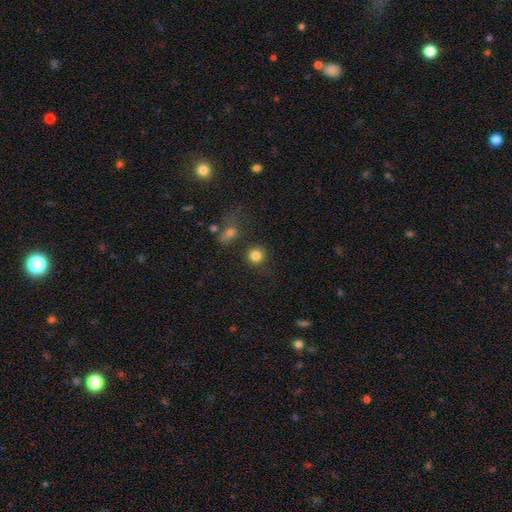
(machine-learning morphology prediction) Overall: smooth (83%). How rounded: round (90%). Merging: none (79%).